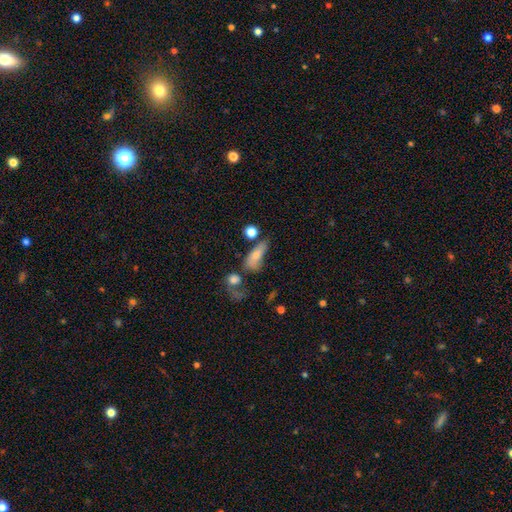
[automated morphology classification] This is likely a smooth galaxy (73%). How rounded: likely in between (64%). Merging: marginally none (36%).